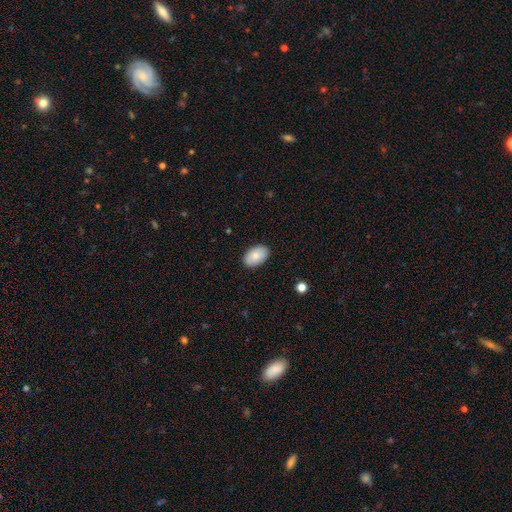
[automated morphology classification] Smooth or featured?
  - smooth: 84% *
  - featured or disk: 10%
  - star or artifact: 6%
How rounded?
  - in between: 93% *
  - round: 6%
  - cigar-shaped: 1%
Merging?
  - none: 87% *
  - minor disturbance: 10%
  - major disturbance: 2%
  - merger: 1%